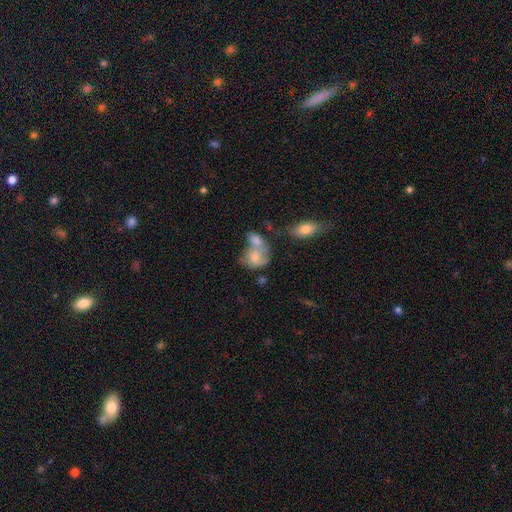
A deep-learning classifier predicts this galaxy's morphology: smooth 61%, featured or disk 30%, star or artifact 9%. Down the decision tree: how rounded — in between (59%); merging — merger (59%).